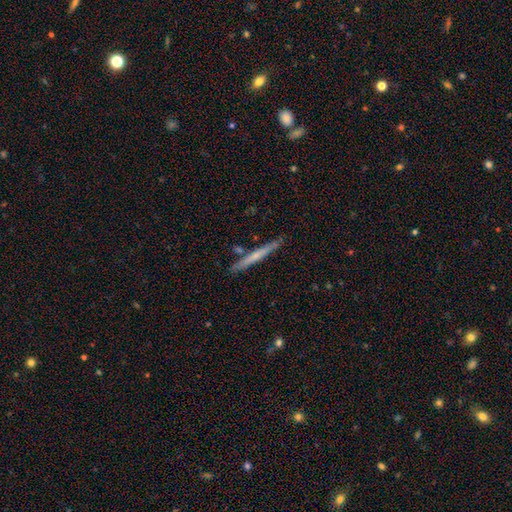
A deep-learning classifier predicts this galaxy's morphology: The model was most divided on "smooth or featured": smooth: 51%, featured or disk: 43%, star or artifact: 6%. More confident: how rounded — cigar-shaped (96%); merging — none (84%).